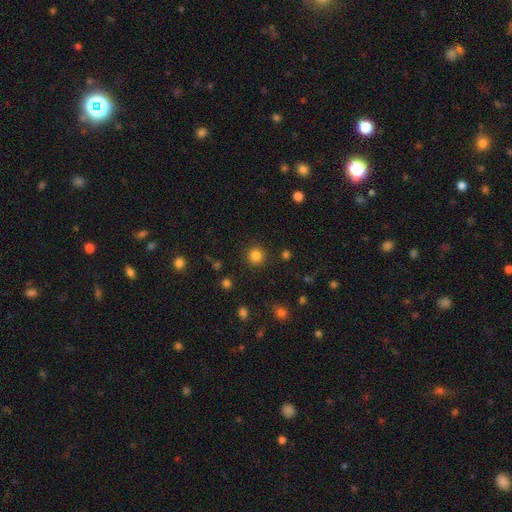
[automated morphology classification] Smooth or featured?
  - smooth: 83% *
  - star or artifact: 13%
  - featured or disk: 4%
How rounded?
  - round: 94% *
  - in between: 5%
  - cigar-shaped: 1%
Merging?
  - none: 90% *
  - minor disturbance: 6%
  - major disturbance: 2%
  - merger: 2%